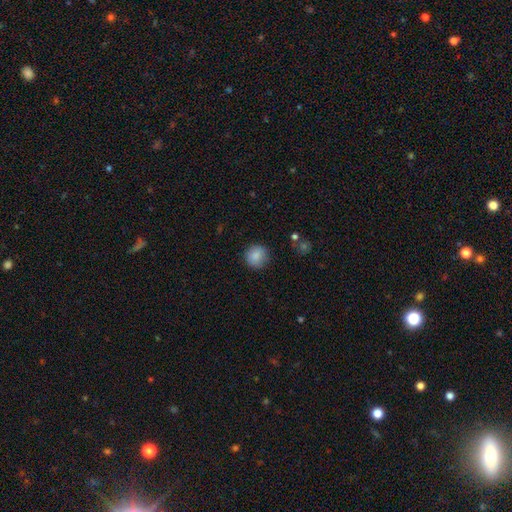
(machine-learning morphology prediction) Smooth or featured?
  - smooth: 87% *
  - star or artifact: 9%
  - featured or disk: 4%
How rounded?
  - round: 91% *
  - in between: 8%
  - cigar-shaped: 1%
Merging?
  - none: 86% *
  - minor disturbance: 10%
  - major disturbance: 3%
  - merger: 1%